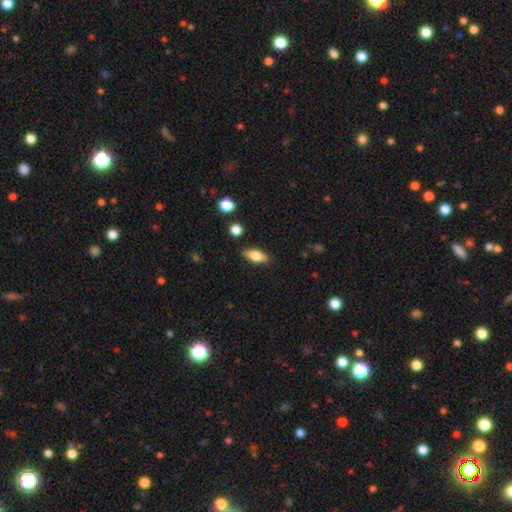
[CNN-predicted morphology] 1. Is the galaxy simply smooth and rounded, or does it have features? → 77% smooth, 16% featured or disk, 8% star or artifact.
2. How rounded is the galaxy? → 81% in between, 15% cigar-shaped, 4% round.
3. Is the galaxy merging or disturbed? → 86% none, 10% minor disturbance, 2% major disturbance, 2% merger.